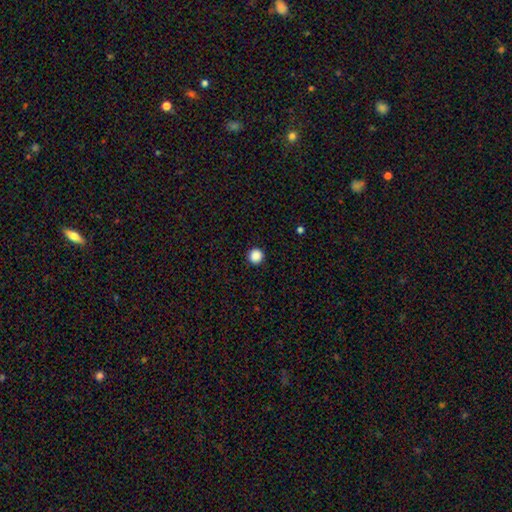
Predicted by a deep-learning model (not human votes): smooth_or_featured: smooth (p=0.88) [alt: star or artifact p=0.10]
how_rounded: round (p=0.96) [alt: in between p=0.03]
merging: none (p=0.93) [alt: minor disturbance p=0.04]